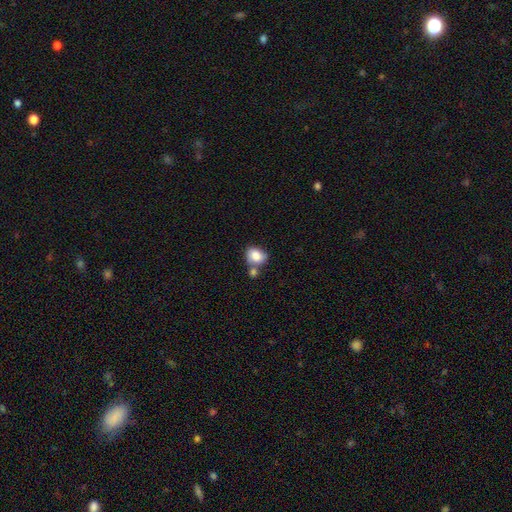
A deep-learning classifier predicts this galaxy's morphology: Smooth or featured: smooth — 82% (featured or disk — 11%)
How rounded: round — 50% (in between — 49%)
Merging: none — 42% (merger — 36%)